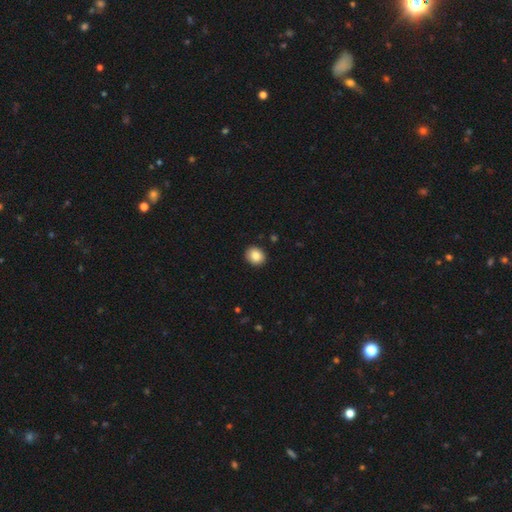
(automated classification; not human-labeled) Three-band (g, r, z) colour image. It shows a smooth galaxy with no disk features (86%) that is round (68%). Merging: none (91%).